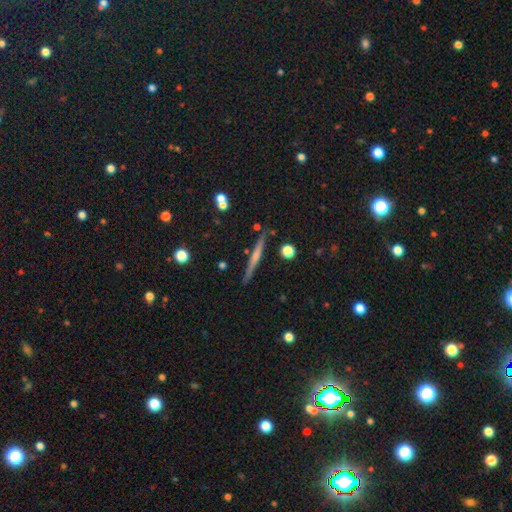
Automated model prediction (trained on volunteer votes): Overall: featured or disk (53%; smooth 27%). Edge-on disk: yes (93%). Merging: none (85%).